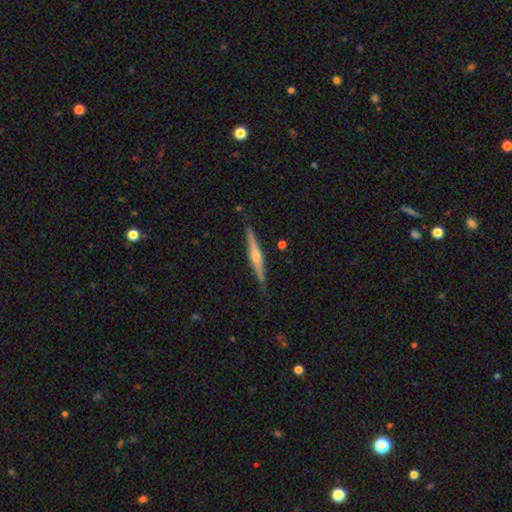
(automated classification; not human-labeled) This is likely a featured or disk galaxy (77%). It is clearly viewed edge-on (98%). Edge-on bulge: clearly rounded (86%). Merging: clearly none (88%).